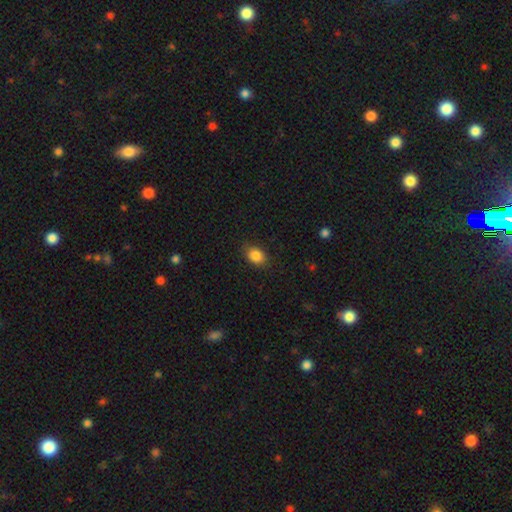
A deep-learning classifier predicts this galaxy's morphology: type=smooth (86%); roundness=in between (70%); merging=none (83%).